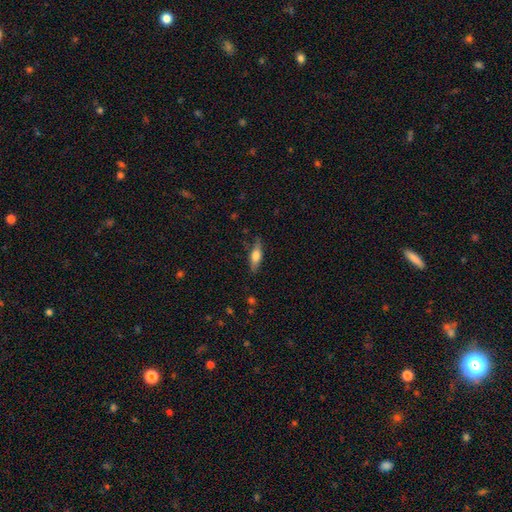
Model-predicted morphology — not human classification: This appears to be a smooth galaxy with no disk features (60%) that is in between round and cigar-shaped (51%). Merging: none (80%).